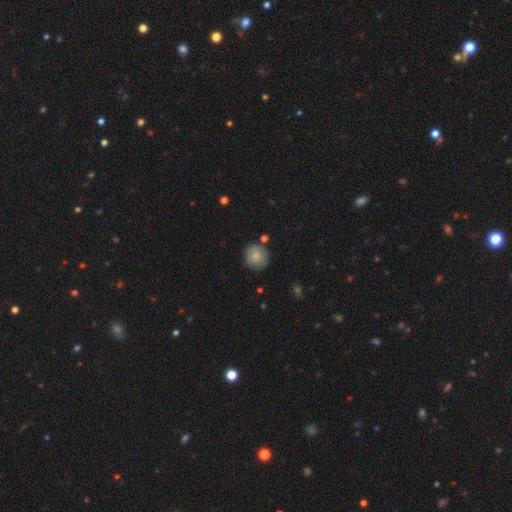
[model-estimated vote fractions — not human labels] smooth-or-featured: smooth: 82% | featured or disk: 10% | star or artifact: 8%
  how-rounded: round: 91% | in between: 8% | cigar-shaped: 1%
  merging: none: 81% | minor disturbance: 13% | merger: 4% | major disturbance: 3%